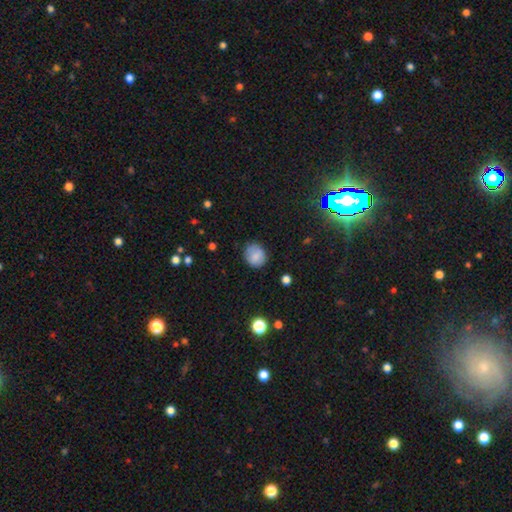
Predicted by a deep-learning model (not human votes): The model was most divided on "how rounded": round: 77%, in between: 22%, cigar-shaped: 1%. More confident: smooth or featured — smooth (83%); merging — none (80%).